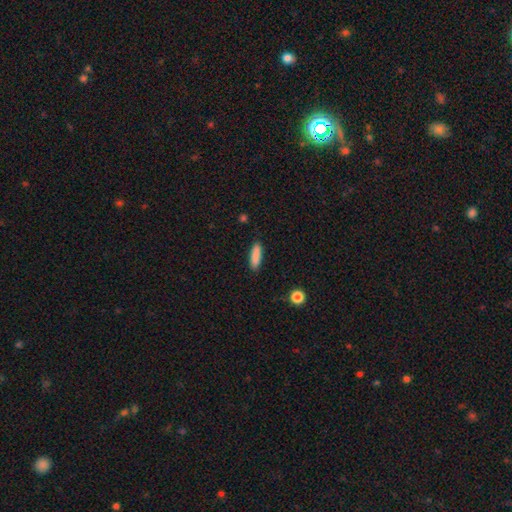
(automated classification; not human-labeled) Smooth or featured? smooth (87%)
How rounded? cigar-shaped (68%)
Merging? none (87%)